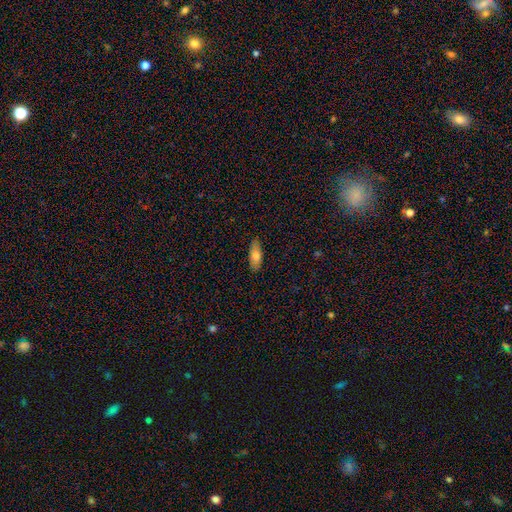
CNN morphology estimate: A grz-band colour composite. It shows a smooth galaxy with no disk features (74%) that is in between round and cigar-shaped (79%). Merging: none (87%).